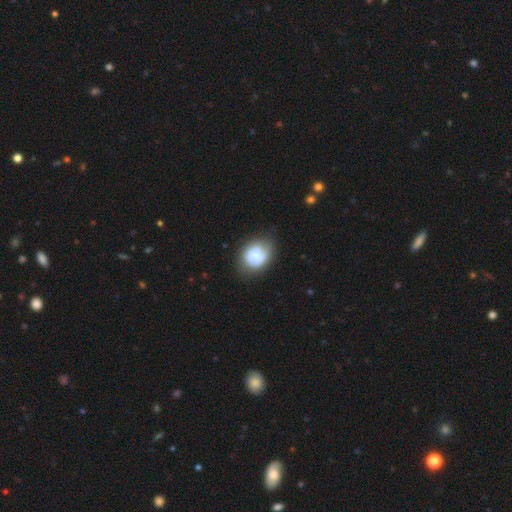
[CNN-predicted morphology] A smooth galaxy with no disk features (66%) that is round (63%). Merging: none (70%).